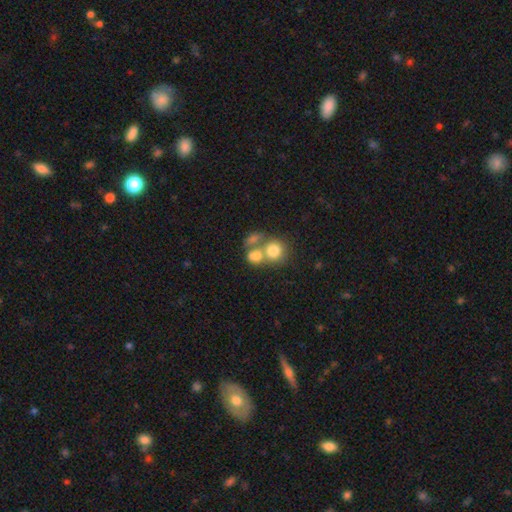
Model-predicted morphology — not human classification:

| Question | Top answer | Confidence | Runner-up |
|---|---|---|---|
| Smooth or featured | smooth | 72% | featured or disk (16%) |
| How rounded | round | 63% | in between (35%) |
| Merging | merger | 55% | none (30%) |